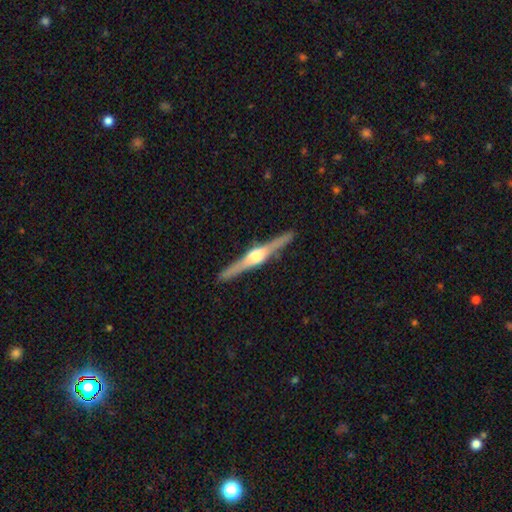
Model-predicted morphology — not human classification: This appears to be a featured or disk galaxy (83%) viewed edge-on (98%) with a rounded central bulge (91%). Merging: none (90%).